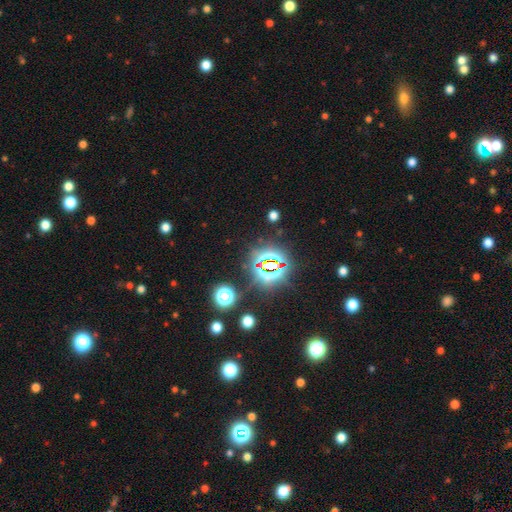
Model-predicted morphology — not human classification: The model was most divided on "smooth or featured": star or artifact: 79%, smooth: 13%, featured or disk: 7%.